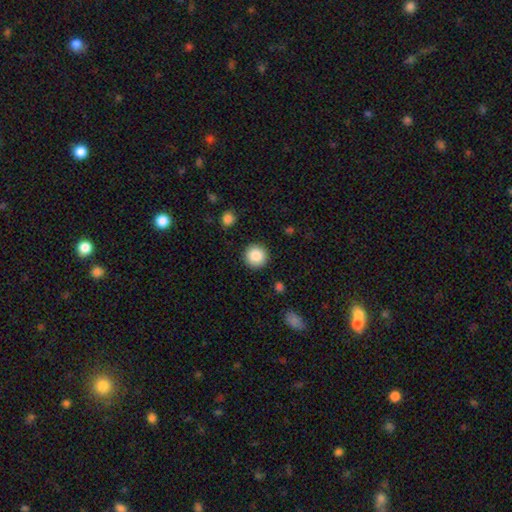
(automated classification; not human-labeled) A smooth galaxy with no disk features (88%) that is round (96%). Merging: none (92%).